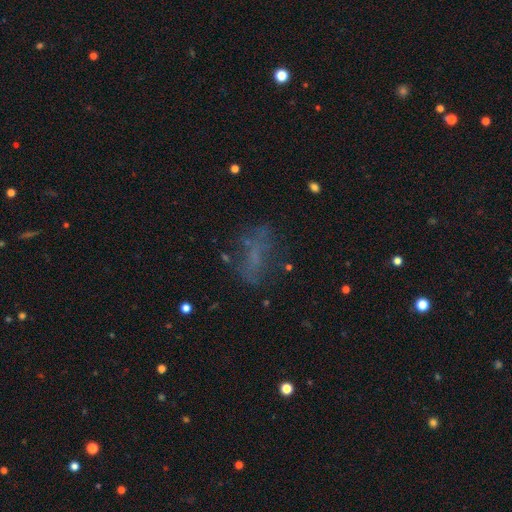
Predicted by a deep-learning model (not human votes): smooth_or_featured: smooth (p=0.40) [alt: featured or disk p=0.32]
merging: none (p=0.58) [alt: major disturbance p=0.19]